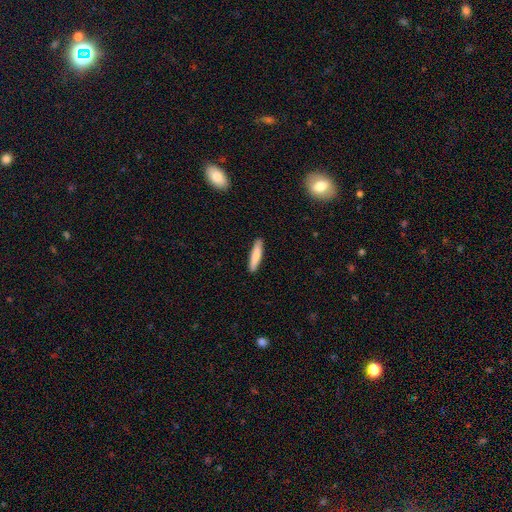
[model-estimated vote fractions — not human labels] The model was most divided on "smooth or featured": smooth: 80%, featured or disk: 14%, star or artifact: 5%. More confident: merging — none (89%); how rounded — cigar-shaped (86%).